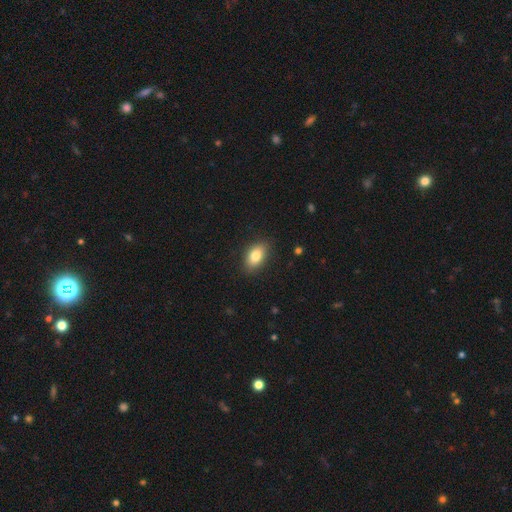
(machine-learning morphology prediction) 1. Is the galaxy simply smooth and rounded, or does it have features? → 81% smooth, 11% featured or disk, 8% star or artifact.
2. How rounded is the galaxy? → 89% in between, 8% round, 4% cigar-shaped.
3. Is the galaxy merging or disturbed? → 87% none, 10% minor disturbance, 2% major disturbance, 1% merger.